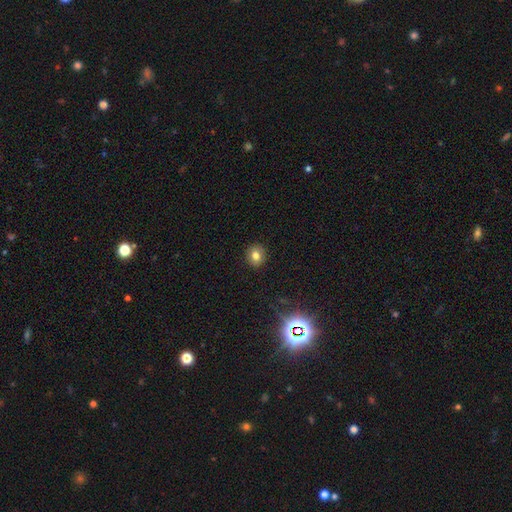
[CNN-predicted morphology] Smooth or featured? Predicted: smooth (p=0.77). How rounded? Predicted: round (p=0.78). Merging? Predicted: none (p=0.91).